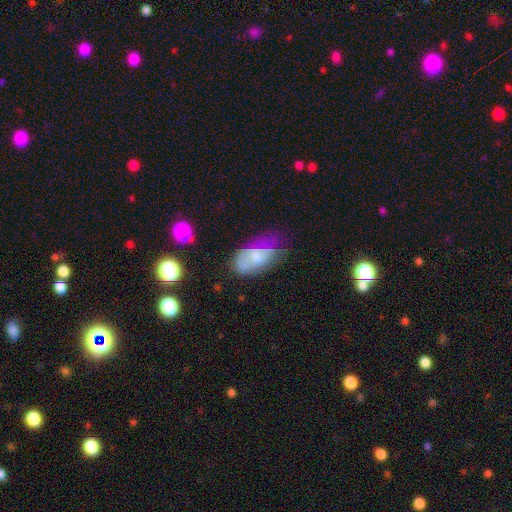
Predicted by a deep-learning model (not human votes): Morphology: type=smooth (52%); roundness=in between (90%); merging=none (37%).